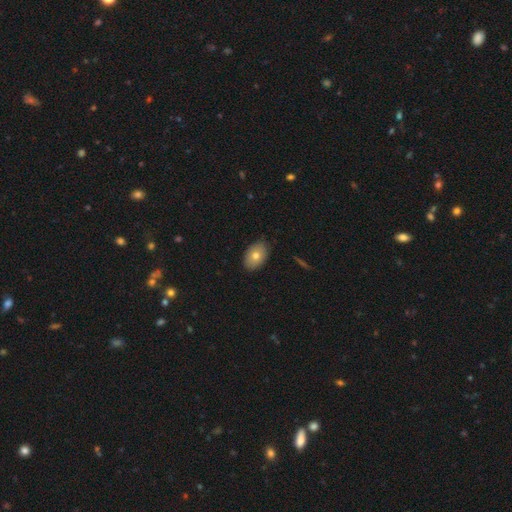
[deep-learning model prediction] smooth-or-featured: smooth: 74% | featured or disk: 18% | star or artifact: 8%
  how-rounded: in between: 86% | round: 13% | cigar-shaped: 1%
  merging: none: 86% | minor disturbance: 11% | major disturbance: 2% | merger: 1%